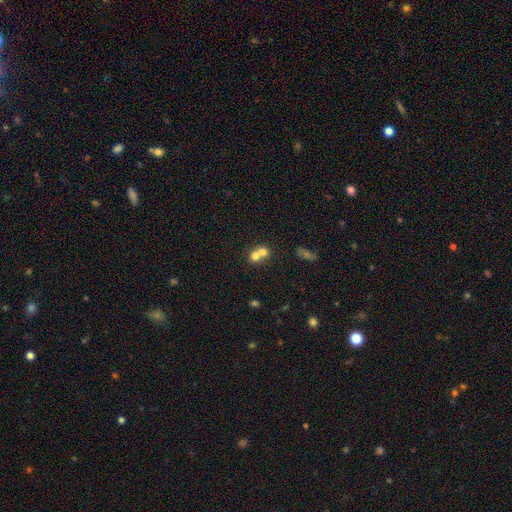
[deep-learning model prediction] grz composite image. It shows a smooth galaxy with no disk features (69%) that is round (72%). Merging: merger (69%).